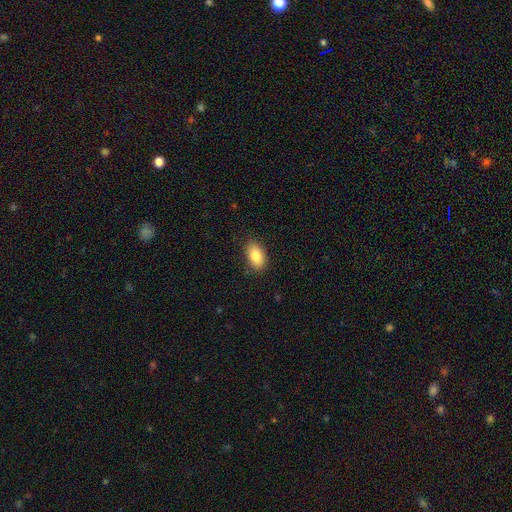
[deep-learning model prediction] Smooth or featured? Predicted: smooth (p=0.85). How rounded? Predicted: in between (p=0.93). Merging? Predicted: none (p=0.85).